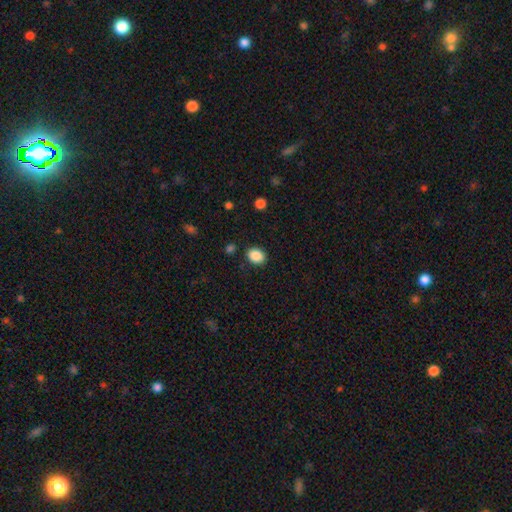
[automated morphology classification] This is clearly a smooth galaxy (88%). How rounded: likely in between (61%). Merging: clearly none (86%).